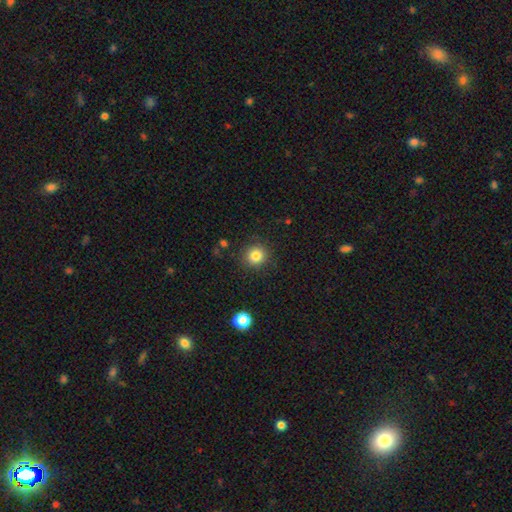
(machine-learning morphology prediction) A smooth galaxy with no disk features (83%) that is round (91%). Merging: none (88%).